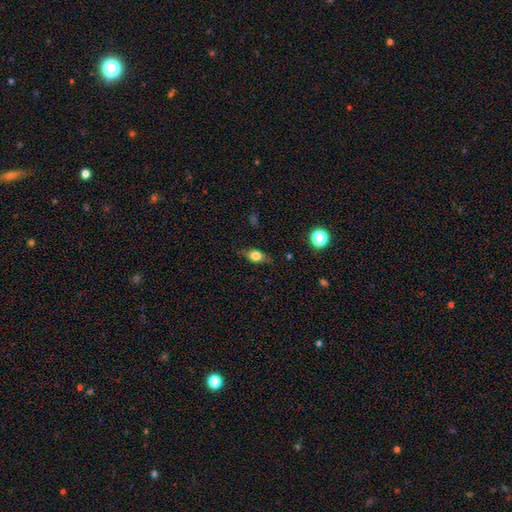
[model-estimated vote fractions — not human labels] Smooth or featured? smooth (76%)
How rounded? in between (70%)
Merging? none (76%)